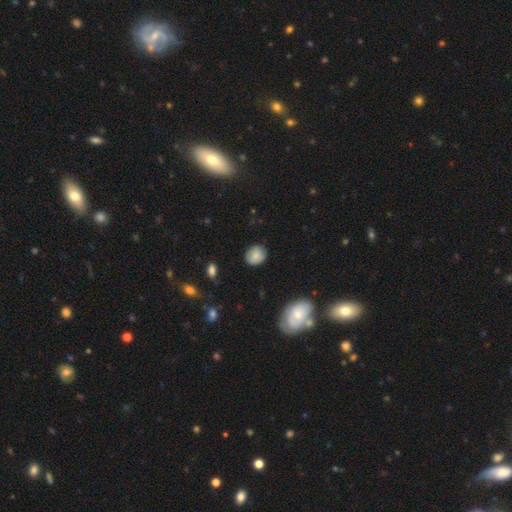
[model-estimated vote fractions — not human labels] Smooth or featured? smooth (78%)
How rounded? round (71%)
Merging? none (81%)